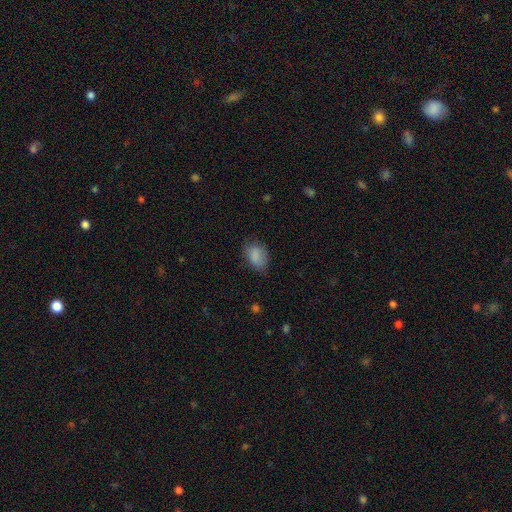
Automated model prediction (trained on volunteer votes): This appears to be a smooth galaxy with no disk features (84%) that is in between round and cigar-shaped (82%). Merging: none (67%).